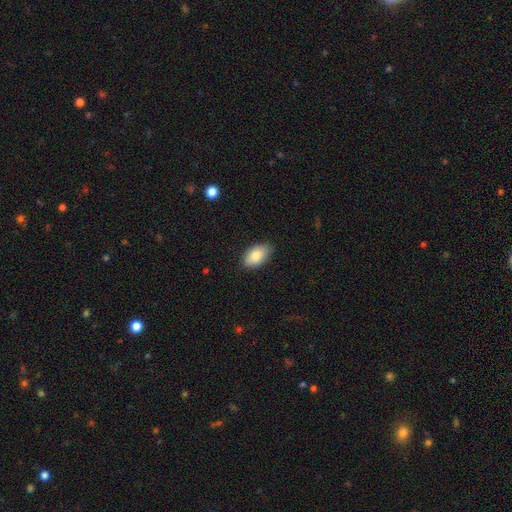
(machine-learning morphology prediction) Smooth or featured?
  - smooth: 83% *
  - featured or disk: 10%
  - star or artifact: 7%
How rounded?
  - in between: 93% *
  - round: 5%
  - cigar-shaped: 2%
Merging?
  - none: 83% *
  - minor disturbance: 14%
  - major disturbance: 2%
  - merger: 1%